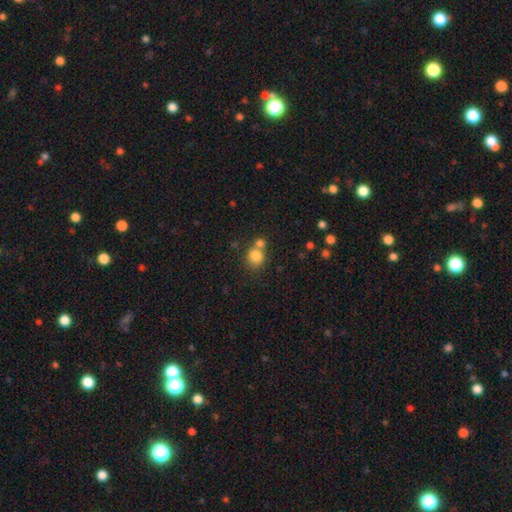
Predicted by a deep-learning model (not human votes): Q: Smooth or featured?
A: smooth (81%); runner-up: star or artifact (11%)
Q: How rounded?
A: round (83%); runner-up: in between (16%)
Q: Merging?
A: none (51%); runner-up: merger (37%)